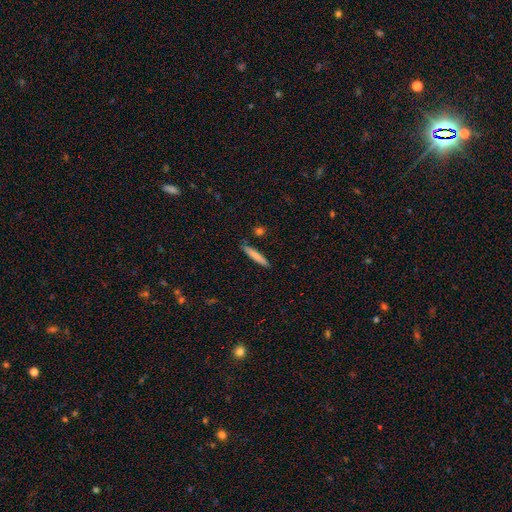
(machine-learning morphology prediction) smooth 76%, featured or disk 18%, star or artifact 6%. Down the decision tree: how rounded — cigar-shaped (92%); merging — none (88%).